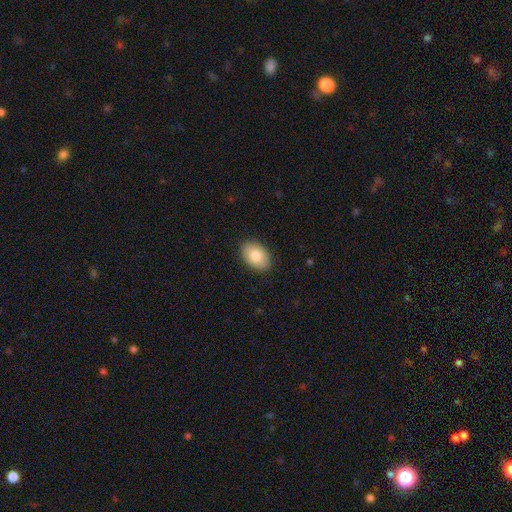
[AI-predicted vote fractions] Q: Smooth or featured?
A: smooth (82%); runner-up: featured or disk (11%)
Q: How rounded?
A: in between (87%); runner-up: round (12%)
Q: Merging?
A: none (89%); runner-up: minor disturbance (8%)